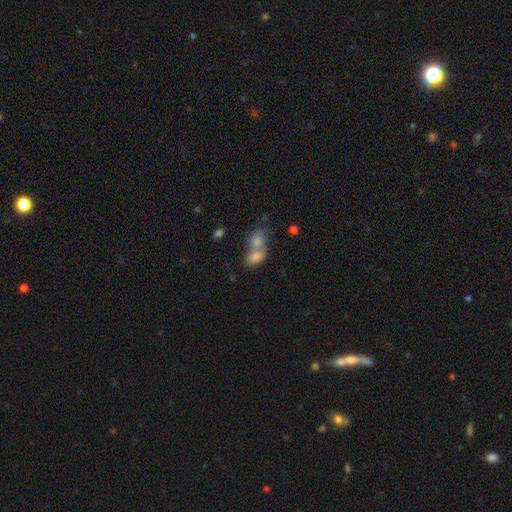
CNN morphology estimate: This appears to be a smooth galaxy with no disk features (76%) that is in between round and cigar-shaped (76%). Merging: merger (66%).